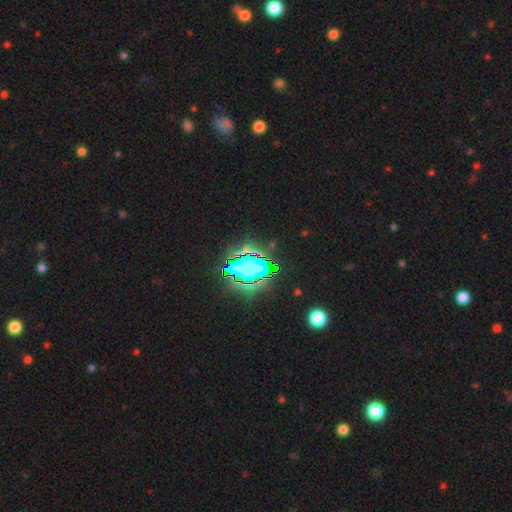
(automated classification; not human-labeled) Smooth or featured: star or artifact — 84% (smooth — 10%)